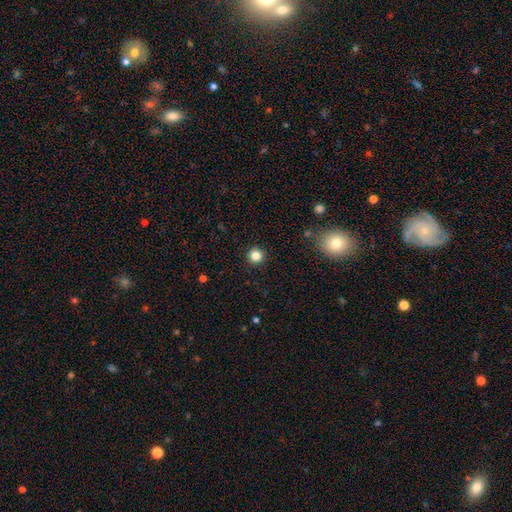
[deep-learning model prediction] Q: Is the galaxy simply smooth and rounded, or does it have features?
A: smooth — 82%.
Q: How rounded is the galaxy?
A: round — 95%.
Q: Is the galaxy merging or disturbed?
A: none — 92%.